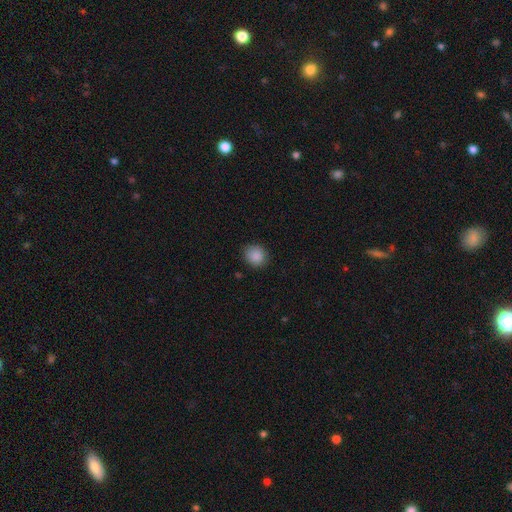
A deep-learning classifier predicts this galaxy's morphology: Smooth or featured? smooth (88%)
How rounded? round (84%)
Merging? none (87%)